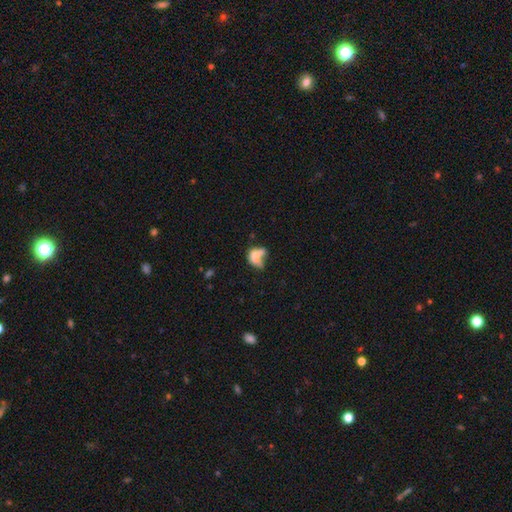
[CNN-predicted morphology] Smooth or featured? Predicted: smooth (p=0.60). How rounded? Predicted: in between (p=0.71). Merging? Predicted: merger (p=0.40).